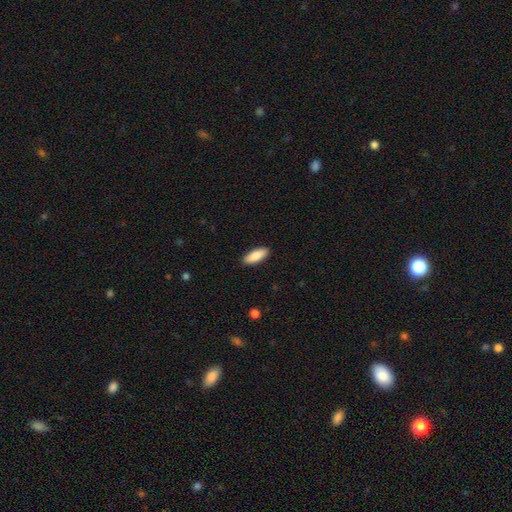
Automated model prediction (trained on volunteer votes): Smooth or featured: smooth — 87% (featured or disk — 8%)
How rounded: in between — 74% (cigar-shaped — 24%)
Merging: none — 90% (minor disturbance — 7%)